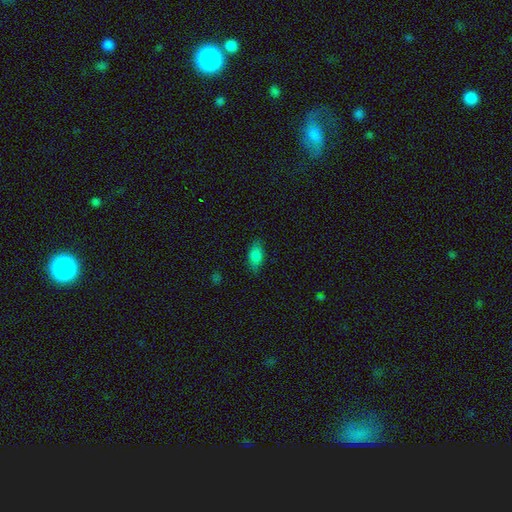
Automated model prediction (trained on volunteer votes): smooth_or_featured: smooth (p=0.81) [alt: featured or disk p=0.10]
how_rounded: in between (p=0.87) [alt: cigar-shaped p=0.10]
merging: none (p=0.80) [alt: minor disturbance p=0.15]